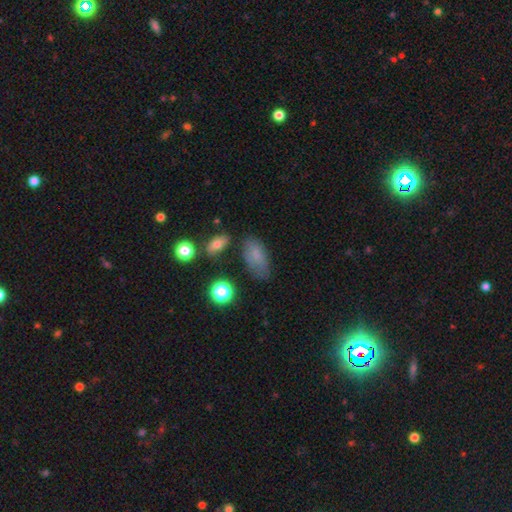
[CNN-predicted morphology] smooth-or-featured: smooth: 76% | featured or disk: 12% | star or artifact: 11%
  how-rounded: in between: 90% | round: 6% | cigar-shaped: 5%
  merging: none: 62% | minor disturbance: 25% | major disturbance: 8% | merger: 5%